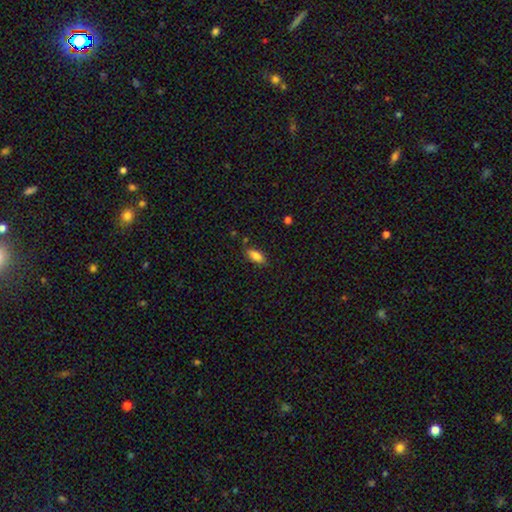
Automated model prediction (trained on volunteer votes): This is clearly a smooth galaxy (84%). How rounded: clearly in between (80%). Merging: likely none (80%).